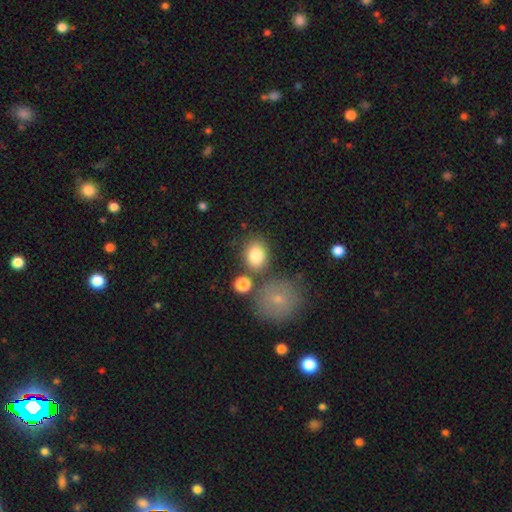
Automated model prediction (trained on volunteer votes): smooth_or_featured: smooth (p=0.81) [alt: star or artifact p=0.10]
how_rounded: round (p=0.50) [alt: in between p=0.49]
merging: none (p=0.70) [alt: merger p=0.13]